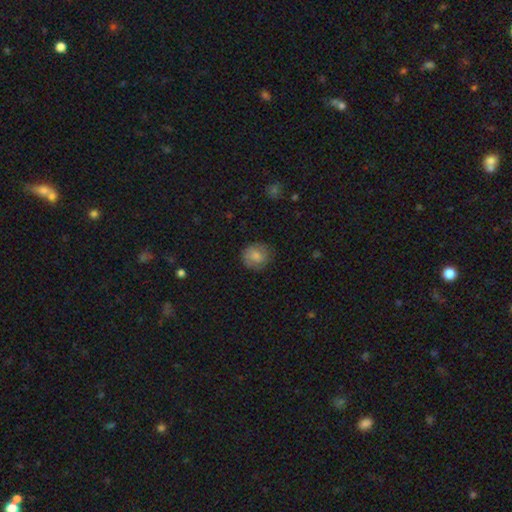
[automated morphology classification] smooth 73%, featured or disk 18%, star or artifact 9%. Down the decision tree: how rounded — round (84%); merging — none (82%).